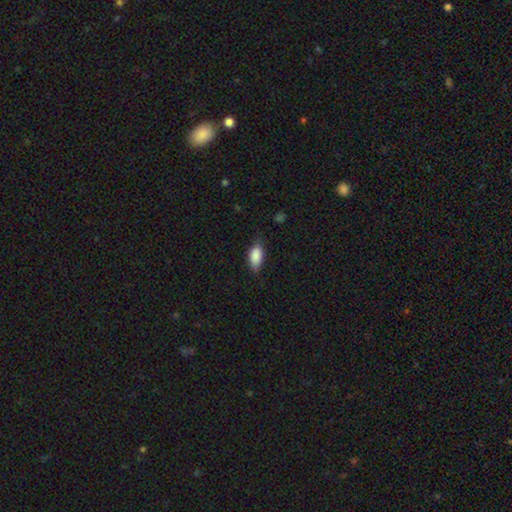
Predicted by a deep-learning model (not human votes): This is clearly a smooth galaxy (86%). How rounded: clearly in between (89%). Merging: likely none (67%).